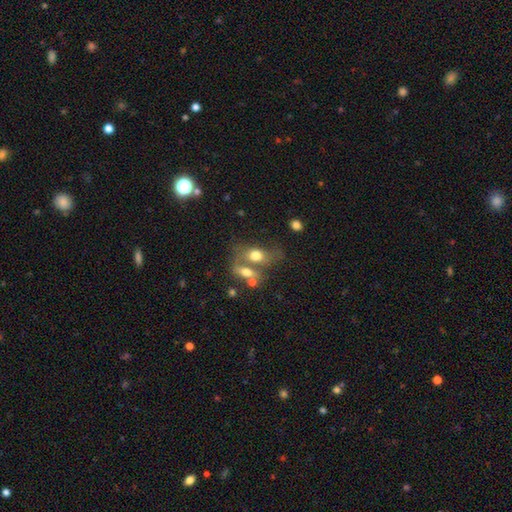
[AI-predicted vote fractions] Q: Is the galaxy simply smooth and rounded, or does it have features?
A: smooth — 68%.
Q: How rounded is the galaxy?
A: in between — 69%.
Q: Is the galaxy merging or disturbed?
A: merger — 48%.